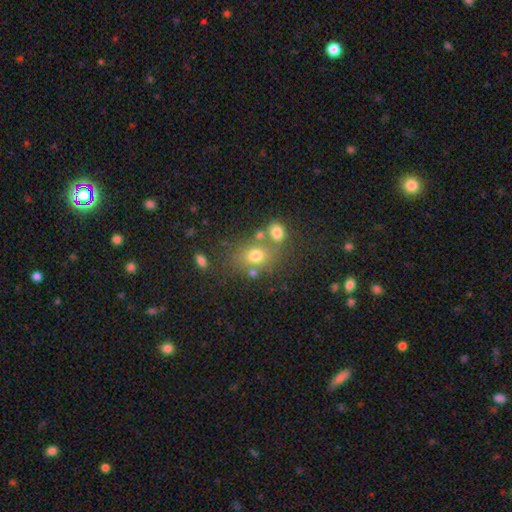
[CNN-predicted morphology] smooth 71%, star or artifact 15%, featured or disk 14%. Down the decision tree: how rounded — in between (50%); merging — none (56%).